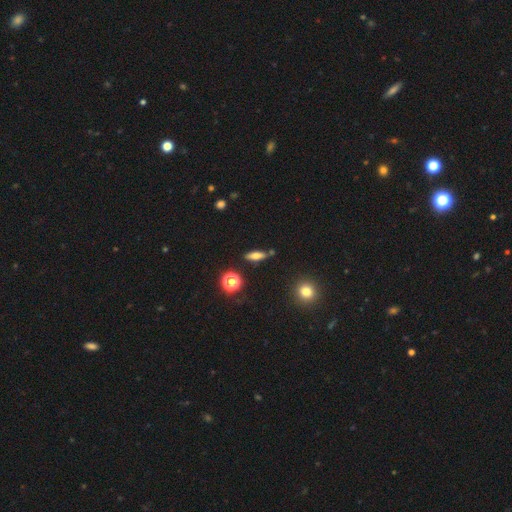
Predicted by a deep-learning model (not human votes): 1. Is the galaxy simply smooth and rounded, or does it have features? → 58% smooth, 30% featured or disk, 12% star or artifact.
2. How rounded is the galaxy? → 46% in between (tied), 46% cigar-shaped (tied), 8% round.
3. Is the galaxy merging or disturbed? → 78% none, 12% minor disturbance, 7% merger, 3% major disturbance.